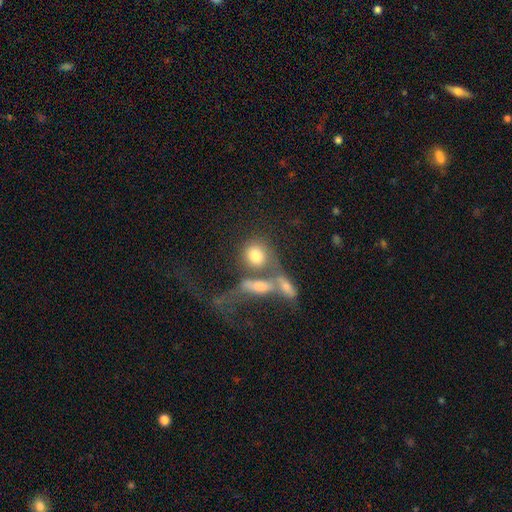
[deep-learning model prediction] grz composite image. It shows a smooth galaxy with no disk features (71%) that is round (64%). Merging: merger (44%).